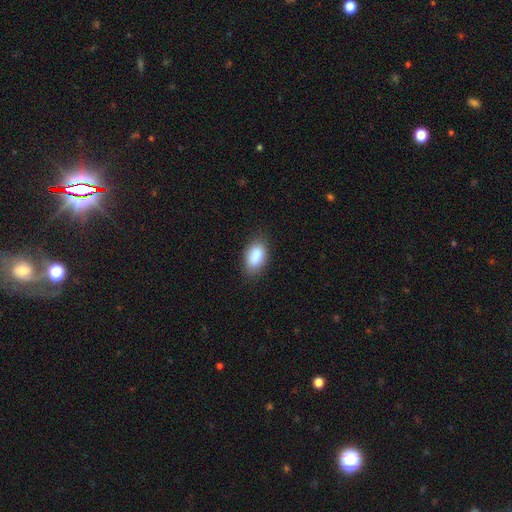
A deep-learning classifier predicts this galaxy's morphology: type=smooth (87%); roundness=in between (92%); merging=none (80%).